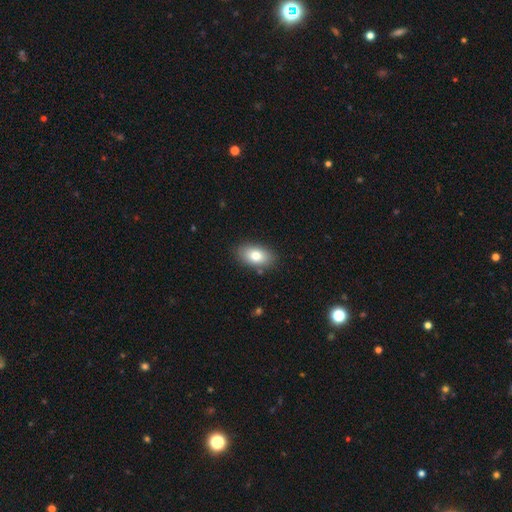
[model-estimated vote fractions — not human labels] smooth_or_featured: smooth (p=0.80) [alt: featured or disk p=0.13]
how_rounded: in between (p=0.90) [alt: round p=0.08]
merging: none (p=0.84) [alt: minor disturbance p=0.11]